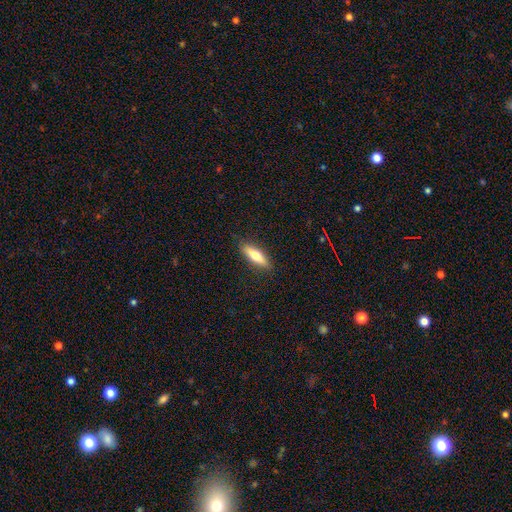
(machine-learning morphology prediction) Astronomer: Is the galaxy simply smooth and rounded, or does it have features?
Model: smooth — 66%.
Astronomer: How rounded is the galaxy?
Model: cigar-shaped — 57% (runner-up: in between, 41%).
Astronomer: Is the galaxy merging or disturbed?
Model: none — 88%.